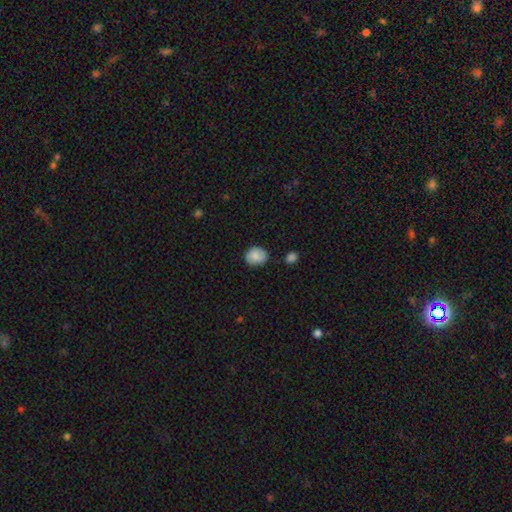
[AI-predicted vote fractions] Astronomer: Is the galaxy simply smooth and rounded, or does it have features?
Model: smooth — 86%.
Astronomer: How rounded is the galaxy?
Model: round — 55% (runner-up: in between, 44%).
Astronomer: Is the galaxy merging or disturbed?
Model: none — 78%.